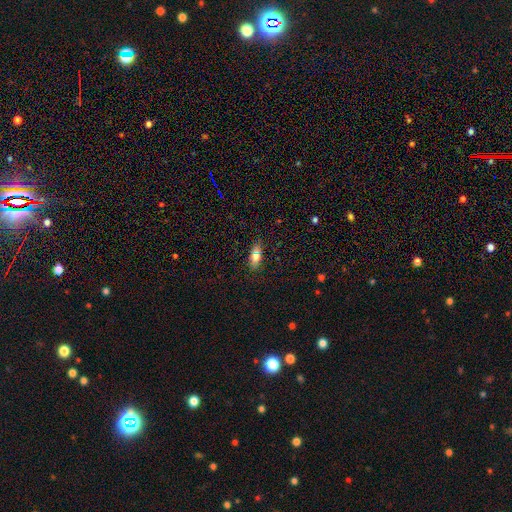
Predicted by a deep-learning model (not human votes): A smooth galaxy with no disk features (71%) that is in between round and cigar-shaped (77%).

Vote fractions:
- Smooth or featured? smooth: 71% / featured or disk: 16% / star or artifact: 13%
- How rounded? in between: 77% / cigar-shaped: 17% / round: 5%
- Merging? none: 82% / minor disturbance: 13% / major disturbance: 3% / merger: 3%